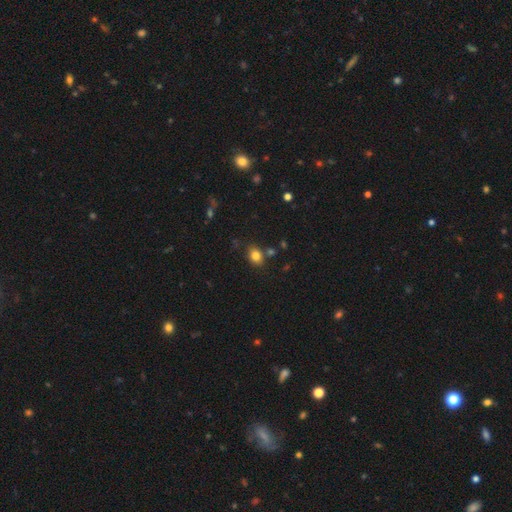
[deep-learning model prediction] A smooth galaxy with no disk features (81%) that is in between round and cigar-shaped (55%).

Vote fractions:
- Smooth or featured? smooth: 81% / star or artifact: 12% / featured or disk: 7%
- How rounded? in between: 55% / round: 44% / cigar-shaped: 1%
- Merging? none: 77% / minor disturbance: 12% / merger: 7% / major disturbance: 3%